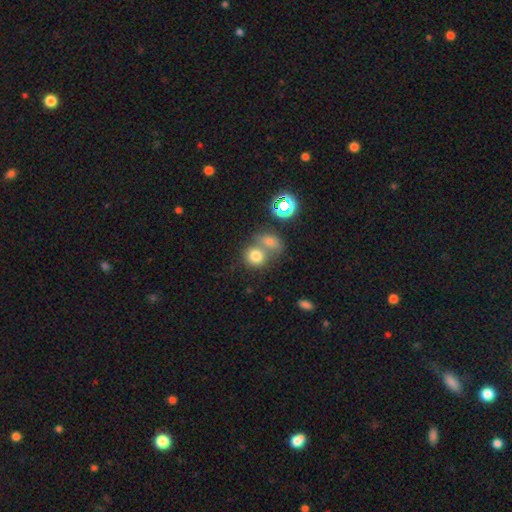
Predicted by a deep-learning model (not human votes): A smooth galaxy with no disk features (75%) that is round (74%).

Vote fractions:
- Smooth or featured? smooth: 75% / star or artifact: 15% / featured or disk: 10%
- How rounded? round: 74% / in between: 24% / cigar-shaped: 1%
- Merging? merger: 44% / none: 42% / minor disturbance: 9% / major disturbance: 5%